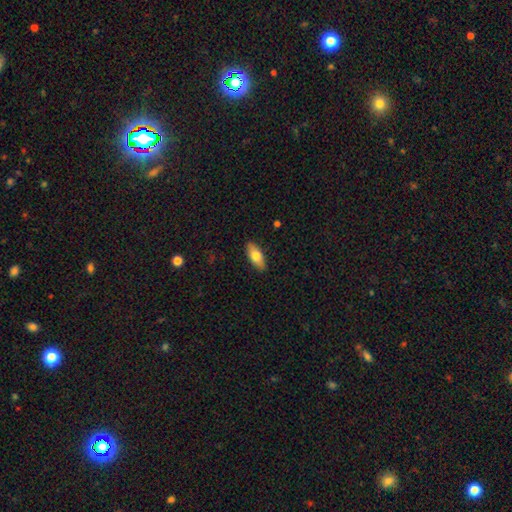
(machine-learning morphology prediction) This is likely a smooth galaxy (72%). How rounded: likely in between (80%). Merging: clearly none (89%).